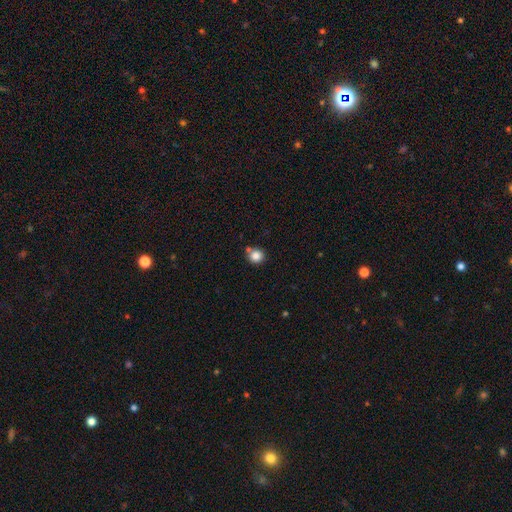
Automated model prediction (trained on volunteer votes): Overall: smooth (83%). How rounded: round (91%). Merging: none (72%).